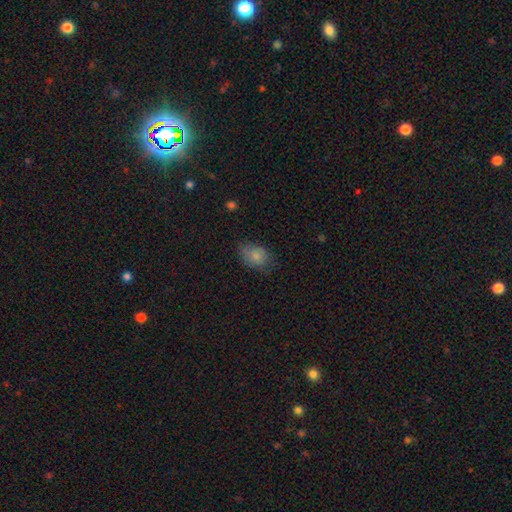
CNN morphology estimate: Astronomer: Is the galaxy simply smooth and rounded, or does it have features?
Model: smooth — 81%.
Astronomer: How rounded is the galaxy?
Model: in between — 79%.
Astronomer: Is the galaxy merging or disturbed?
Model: none — 65%.